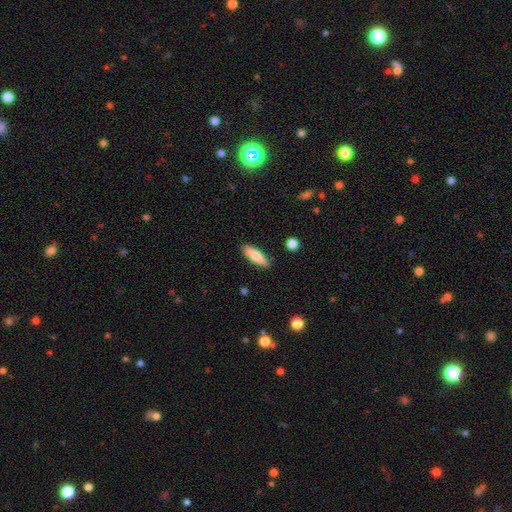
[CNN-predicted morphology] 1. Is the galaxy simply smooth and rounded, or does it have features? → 77% smooth, 17% featured or disk, 6% star or artifact.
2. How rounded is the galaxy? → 57% cigar-shaped, 42% in between, 2% round.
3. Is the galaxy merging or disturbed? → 85% none, 11% minor disturbance, 2% major disturbance, 2% merger.